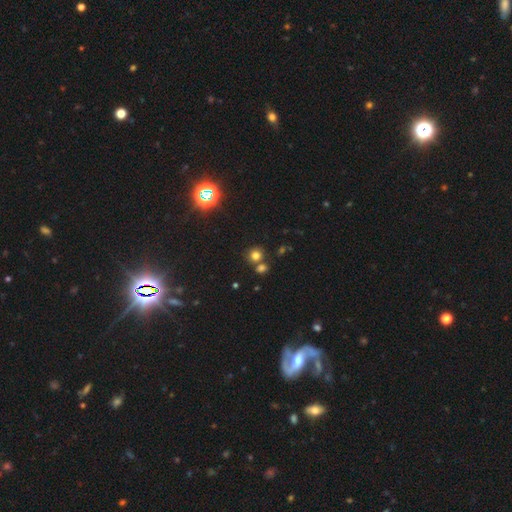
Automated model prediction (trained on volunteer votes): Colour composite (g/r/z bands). It shows a smooth galaxy with no disk features (71%) that is round (87%). Merging: none (66%).